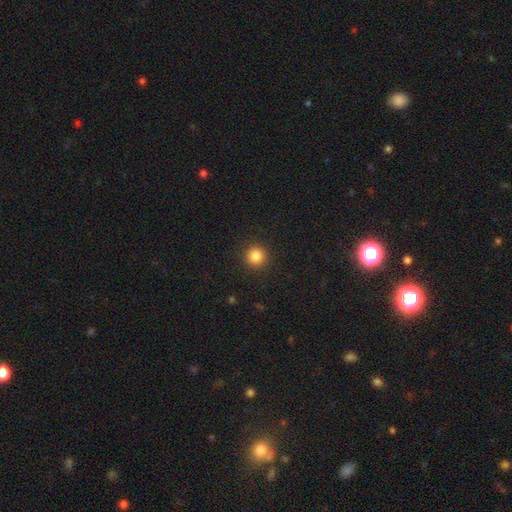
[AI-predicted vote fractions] smooth 85%, star or artifact 11%, featured or disk 4%. Down the decision tree: how rounded — round (95%); merging — none (92%).